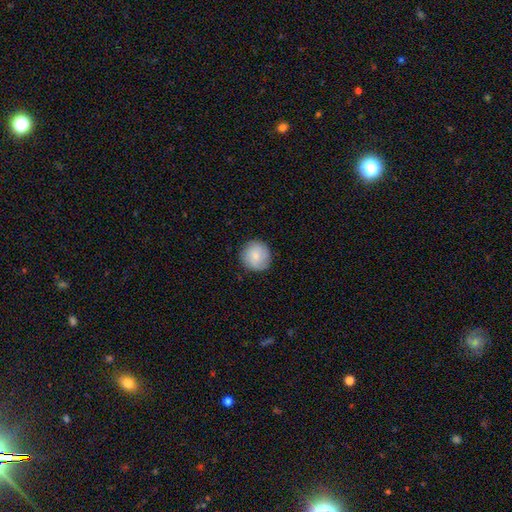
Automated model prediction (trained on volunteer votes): Smooth or featured: smooth — 84% (featured or disk — 10%)
How rounded: round — 95% (in between — 4%)
Merging: none — 89% (minor disturbance — 8%)